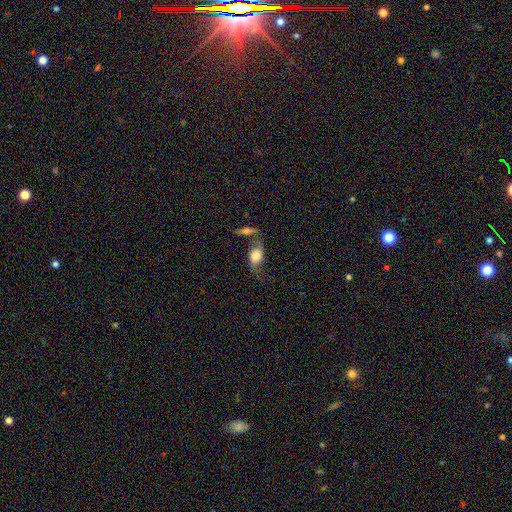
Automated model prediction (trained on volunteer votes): Smooth or featured? smooth (60%)
How rounded? in between (81%)
Merging? none (37%)